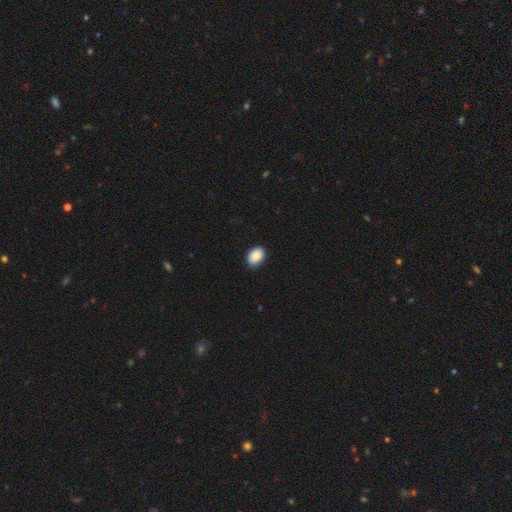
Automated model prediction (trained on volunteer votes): A smooth galaxy with no disk features (90%) that is in between round and cigar-shaped (83%). Merging: none (85%).